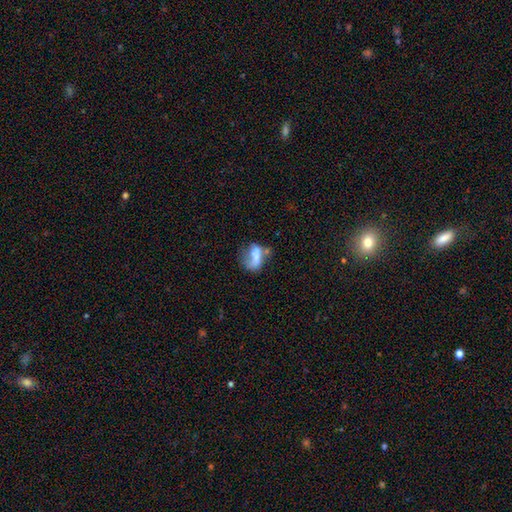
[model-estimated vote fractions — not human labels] The model was most divided on "merging": major disturbance: 30%, none: 26%, merger: 23%, minor disturbance: 22%. More confident: how rounded — in between (77%); smooth or featured — smooth (56%).